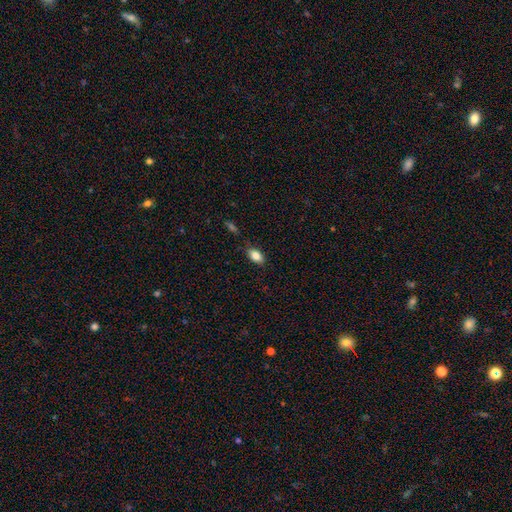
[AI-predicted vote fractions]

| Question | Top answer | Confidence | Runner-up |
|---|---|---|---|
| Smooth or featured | smooth | 84% | star or artifact (8%) |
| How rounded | in between | 88% | round (8%) |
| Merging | none | 80% | minor disturbance (15%) |